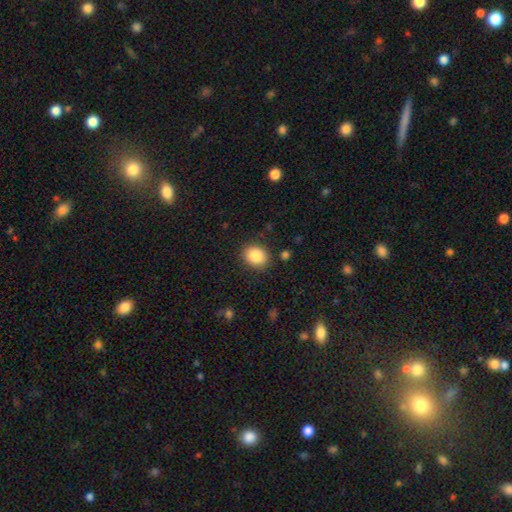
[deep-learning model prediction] A smooth galaxy with no disk features (86%) that is round (63%). Merging: none (86%).